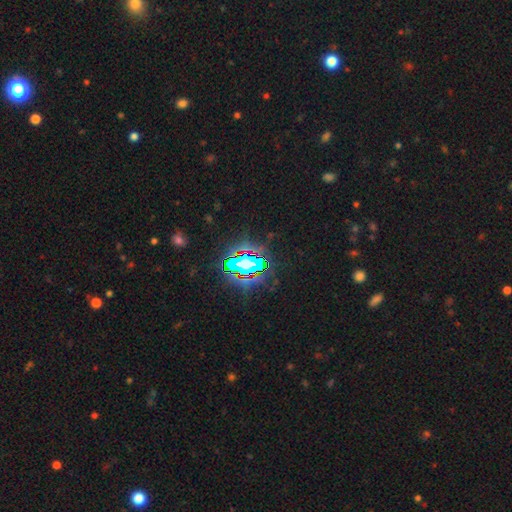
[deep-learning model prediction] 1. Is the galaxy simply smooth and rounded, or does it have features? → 75% star or artifact, 14% smooth, 12% featured or disk.